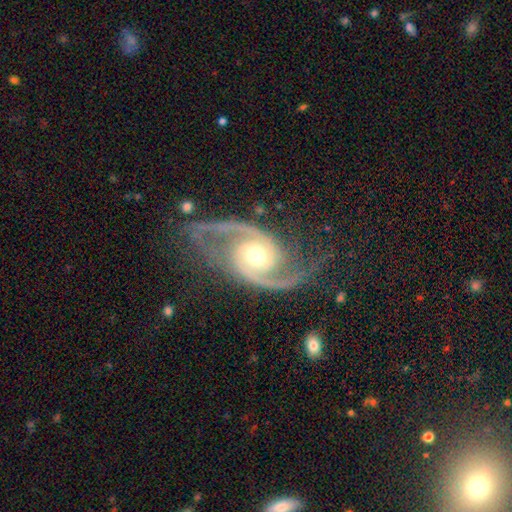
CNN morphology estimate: smooth_or_featured: featured or disk (p=0.93) [alt: star or artifact p=0.04]
disk_edge_on: no (p=0.98) [alt: yes p=0.02]
bar: no (p=0.66) [alt: weak p=0.24]
has_spiral_arms: yes (p=0.99) [alt: no p=0.01]
spiral_winding: medium (p=0.57) [alt: tight p=0.24]
spiral_arm_count: 2 (p=0.93) [alt: 3 p=0.02]
bulge_size: moderate (p=0.72) [alt: small p=0.21]
merging: none (p=0.75) [alt: minor disturbance p=0.15]